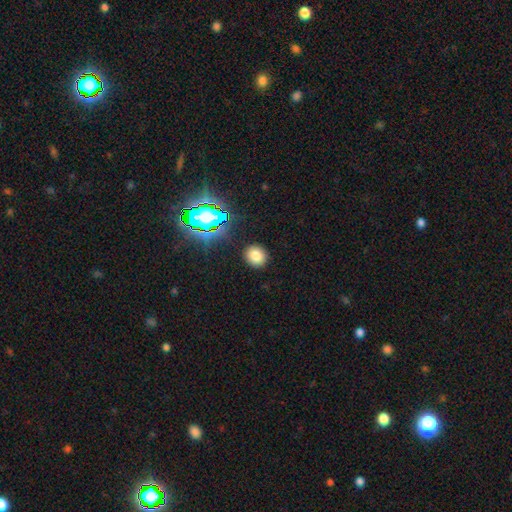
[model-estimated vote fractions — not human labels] Smooth or featured? smooth (77%)
How rounded? round (78%)
Merging? none (90%)